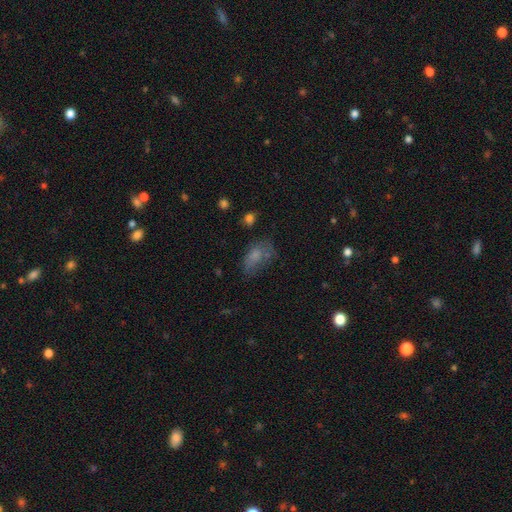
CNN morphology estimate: smooth-or-featured: smooth: 67% | featured or disk: 19% | star or artifact: 13%
  how-rounded: in between: 88% | round: 8% | cigar-shaped: 4%
  merging: none: 43% | minor disturbance: 28% | major disturbance: 22% | merger: 7%